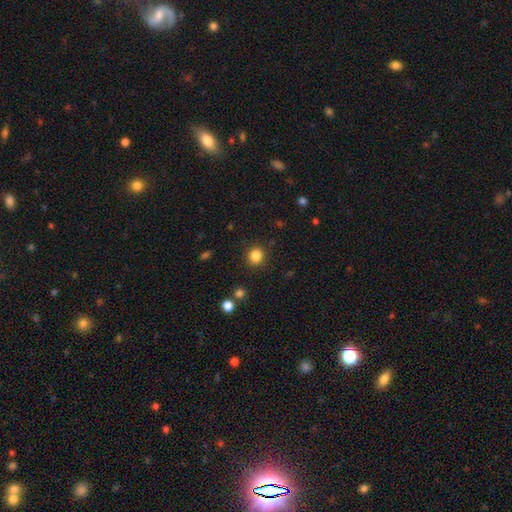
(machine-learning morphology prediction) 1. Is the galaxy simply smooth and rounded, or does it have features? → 85% smooth, 11% star or artifact, 4% featured or disk.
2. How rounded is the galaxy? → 84% round, 15% in between, 1% cigar-shaped.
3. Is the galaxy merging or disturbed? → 89% none, 7% minor disturbance, 3% major disturbance, 2% merger.